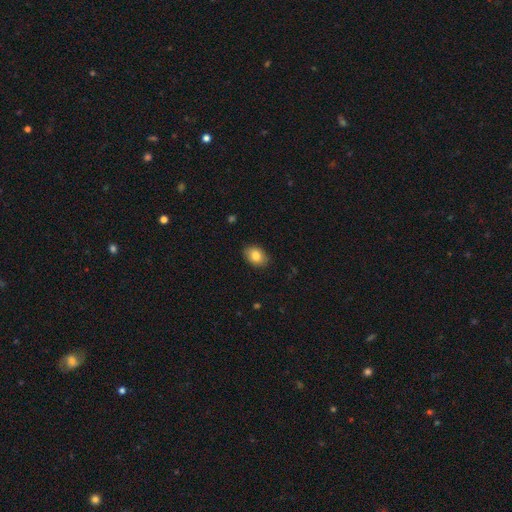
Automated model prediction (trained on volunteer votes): This appears to be a smooth galaxy with no disk features (83%) that is in between round and cigar-shaped (78%). Merging: none (87%).